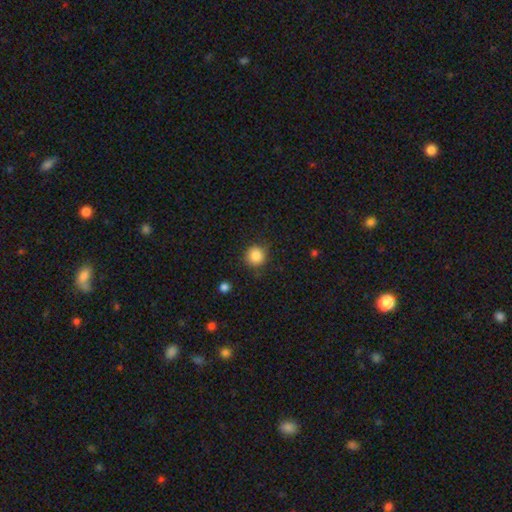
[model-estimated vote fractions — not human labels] Smooth or featured: smooth — 86% (star or artifact — 10%)
How rounded: round — 93% (in between — 6%)
Merging: none — 84% (minor disturbance — 11%)